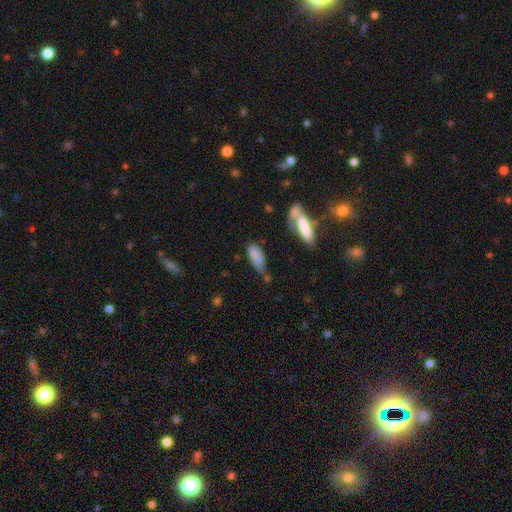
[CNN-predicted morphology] smooth-or-featured: smooth: 80% | featured or disk: 12% | star or artifact: 8%
  how-rounded: in between: 77% | cigar-shaped: 21% | round: 2%
  merging: none: 40% | minor disturbance: 32% | merger: 14% | major disturbance: 14%